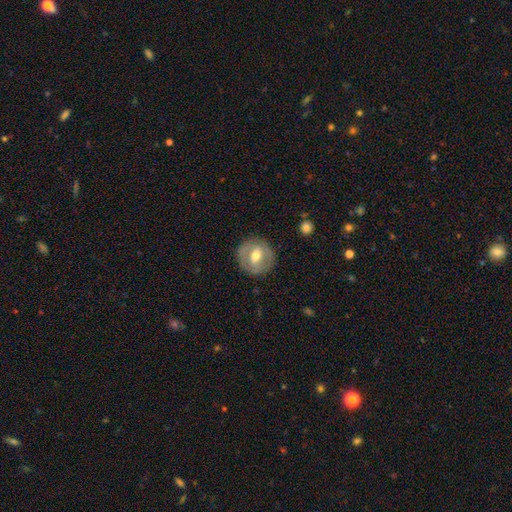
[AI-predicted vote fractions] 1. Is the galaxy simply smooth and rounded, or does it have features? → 53% featured or disk, 41% smooth, 6% star or artifact.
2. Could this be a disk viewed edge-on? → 94% no, 6% yes.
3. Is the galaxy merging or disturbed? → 84% none, 11% minor disturbance, 4% major disturbance, 1% merger.